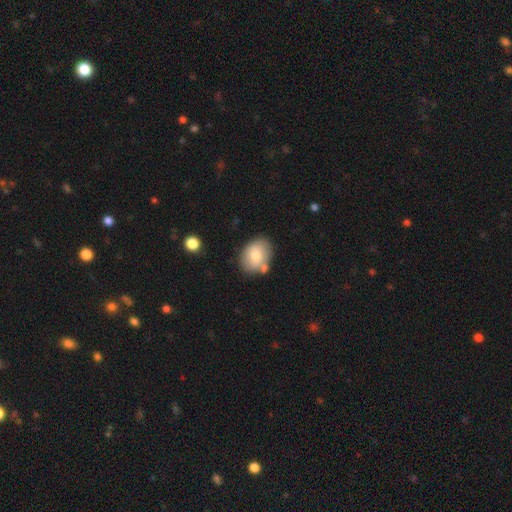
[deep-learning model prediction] smooth-or-featured: smooth: 74% | featured or disk: 18% | star or artifact: 8%
  how-rounded: in between: 61% | round: 38% | cigar-shaped: 1%
  merging: none: 69% | minor disturbance: 16% | merger: 12% | major disturbance: 4%